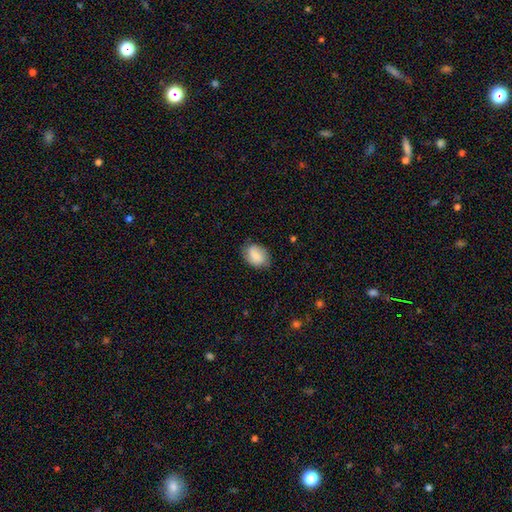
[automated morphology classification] This appears to be a smooth galaxy with no disk features (68%) that is in between round and cigar-shaped (75%). Merging: none (74%).